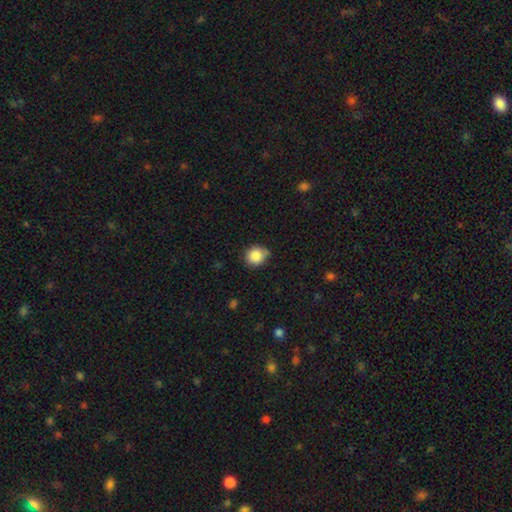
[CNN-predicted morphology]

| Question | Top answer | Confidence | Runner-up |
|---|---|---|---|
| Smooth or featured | smooth | 85% | star or artifact (10%) |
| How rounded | round | 84% | in between (15%) |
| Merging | none | 69% | minor disturbance (24%) |